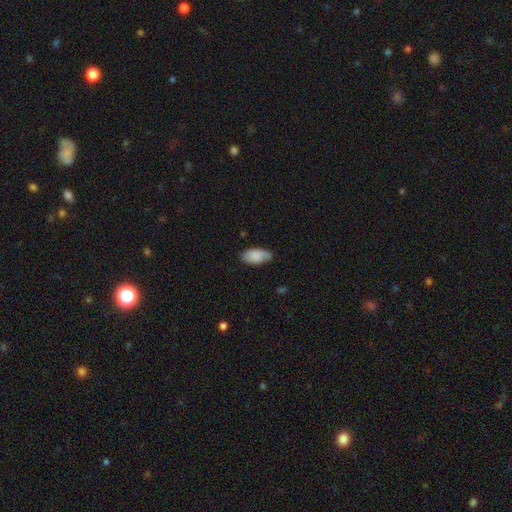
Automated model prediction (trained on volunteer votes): Overall: smooth (86%). How rounded: in between (94%). Merging: none (70%).